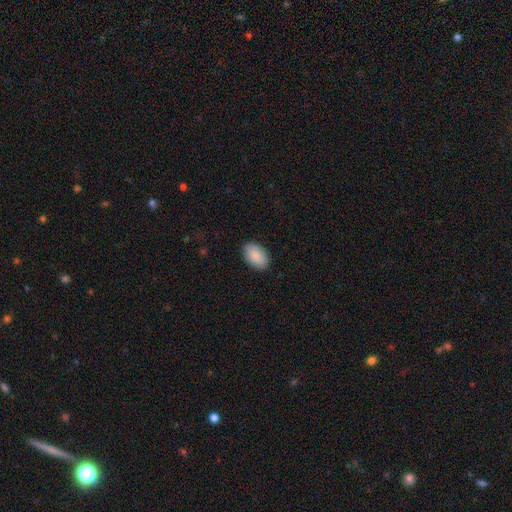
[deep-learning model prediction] smooth-or-featured: smooth: 90% | star or artifact: 6% | featured or disk: 4%
  how-rounded: in between: 93% | round: 6% | cigar-shaped: 1%
  merging: none: 89% | minor disturbance: 9% | major disturbance: 2% | merger: 1%